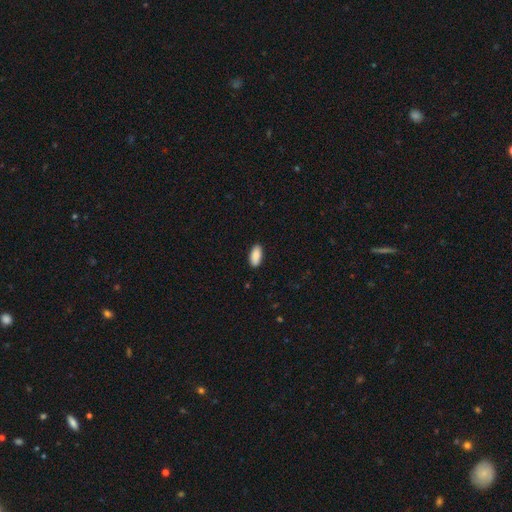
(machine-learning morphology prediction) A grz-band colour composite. It shows a smooth galaxy with no disk features (91%) that is in between round and cigar-shaped (90%). Merging: none (89%).